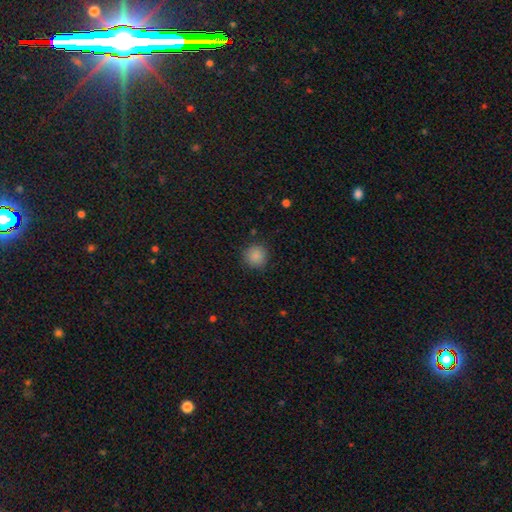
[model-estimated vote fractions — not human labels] Smooth or featured? Predicted: smooth (p=0.86). How rounded? Predicted: round (p=0.92). Merging? Predicted: none (p=0.87).